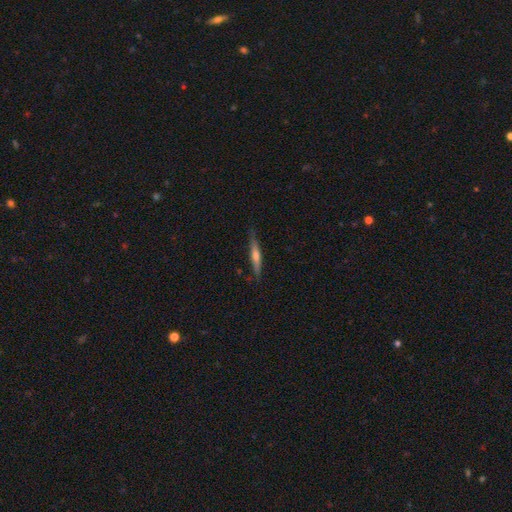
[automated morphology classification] This is possibly a featured or disk galaxy (54%). It is clearly viewed edge-on (95%). Edge-on bulge: likely rounded (79%). Merging: clearly none (82%).